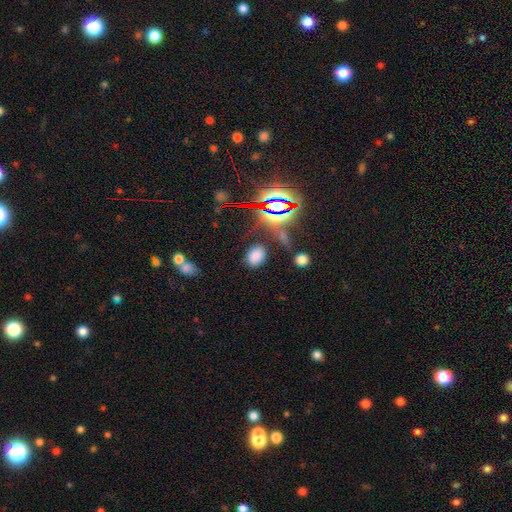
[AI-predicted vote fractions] smooth-or-featured: smooth: 72% | star or artifact: 21% | featured or disk: 6%
  how-rounded: in between: 73% | round: 26% | cigar-shaped: 2%
  merging: none: 80% | minor disturbance: 12% | major disturbance: 4% | merger: 4%